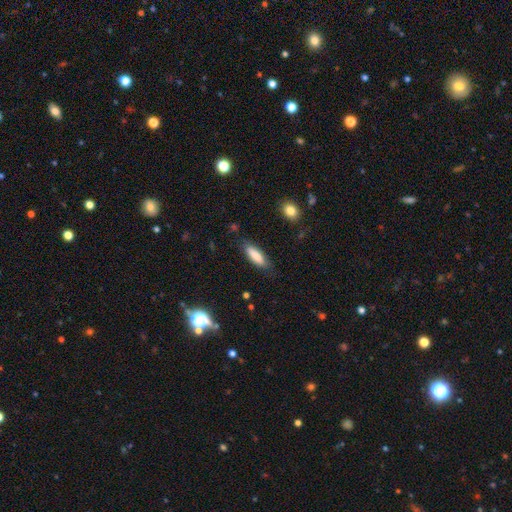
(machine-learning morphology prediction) Overall: smooth (83%). How rounded: in between (49%, tied with cigar-shaped). Merging: none (82%).